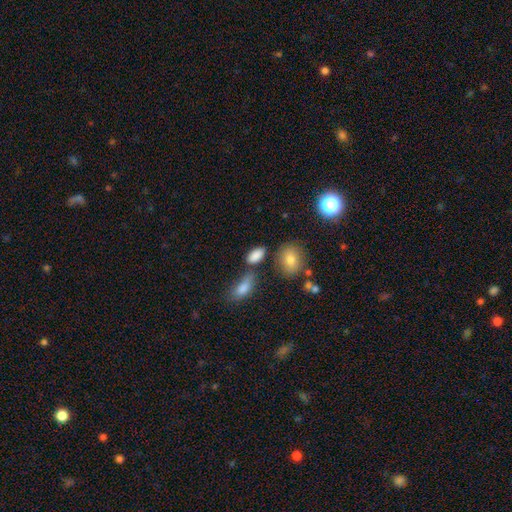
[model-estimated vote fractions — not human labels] This is clearly a smooth galaxy (84%). How rounded: clearly in between (87%). Merging: likely none (67%).